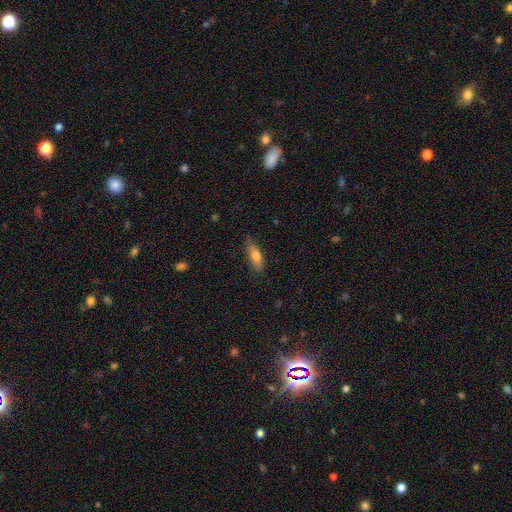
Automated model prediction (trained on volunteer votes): This appears to be a smooth galaxy with no disk features (72%) that is in between round and cigar-shaped (57%). Merging: none (75%).